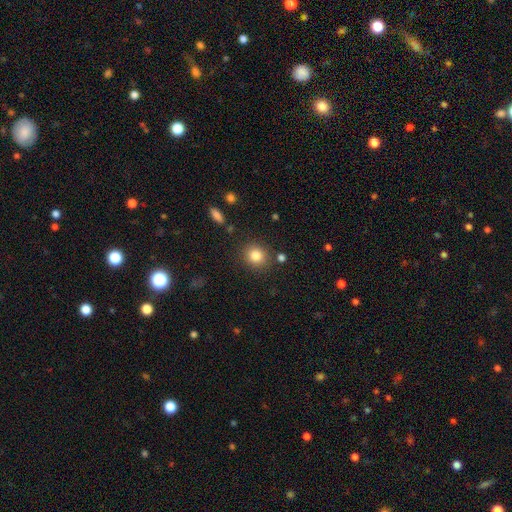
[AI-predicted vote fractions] A smooth galaxy with no disk features (82%) that is round (84%).

Vote fractions:
- Smooth or featured? smooth: 82% / star or artifact: 11% / featured or disk: 7%
- How rounded? round: 84% / in between: 15% / cigar-shaped: 1%
- Merging? none: 85% / minor disturbance: 8% / merger: 3% / major disturbance: 3%